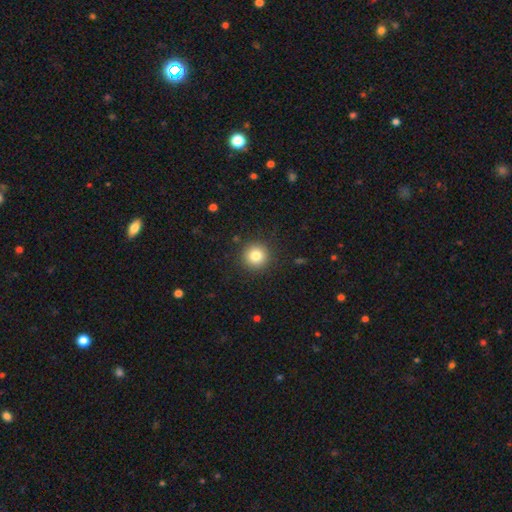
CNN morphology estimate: This appears to be a smooth galaxy with no disk features (81%) that is round (95%). Merging: none (91%).